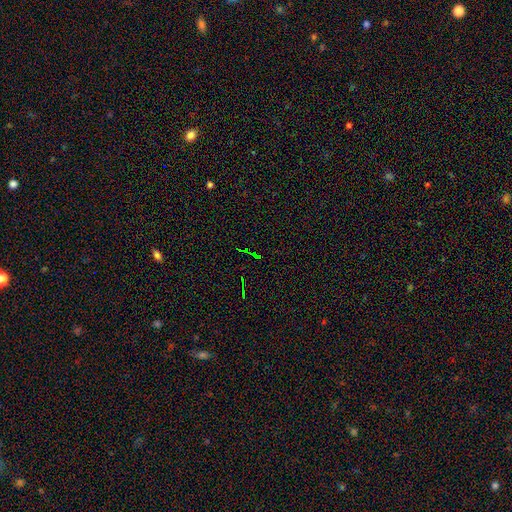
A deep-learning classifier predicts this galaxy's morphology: A star or artifact, not a galaxy (78%).